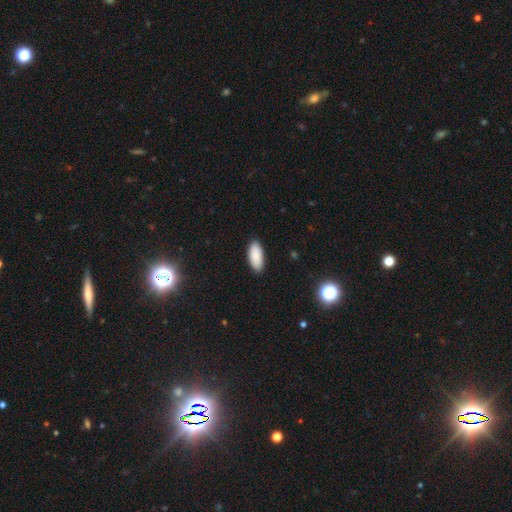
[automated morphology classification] Smooth or featured? Predicted: smooth (p=0.89). How rounded? Predicted: in between (p=0.89). Merging? Predicted: none (p=0.88).